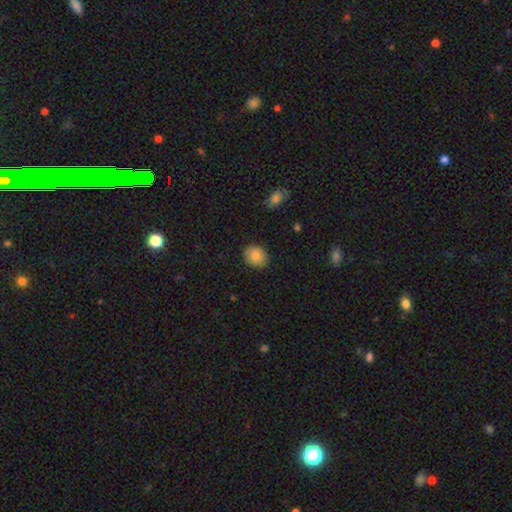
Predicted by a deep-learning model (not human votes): Q: Smooth or featured?
A: smooth (86%); runner-up: star or artifact (8%)
Q: How rounded?
A: round (74%); runner-up: in between (25%)
Q: Merging?
A: none (88%); runner-up: minor disturbance (9%)